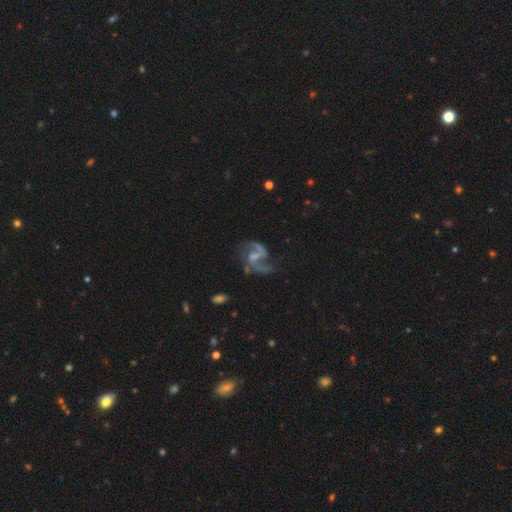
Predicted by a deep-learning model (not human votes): Overall: featured or disk (90%). Edge-on disk: no (98%). Bar: weak (54%; strong 24%). Spiral arms: yes (96%). Spiral arm count: 2 (91%). Spiral winding: medium (47%; loose 46%). Bulge size: none (44%; small 32%). Merging: none (62%).